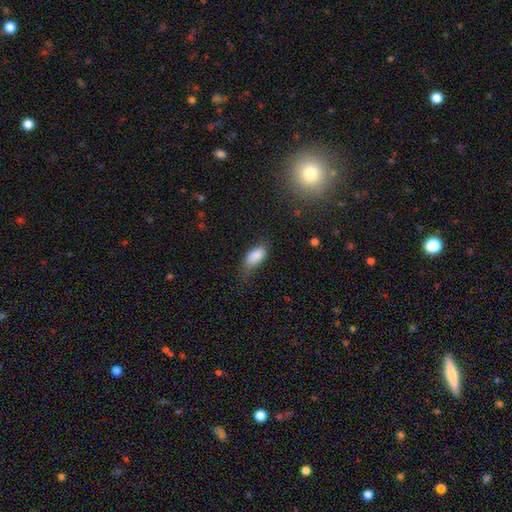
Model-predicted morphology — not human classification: smooth_or_featured: smooth (p=0.86) [alt: star or artifact p=0.07]
how_rounded: in between (p=0.90) [alt: cigar-shaped p=0.07]
merging: none (p=0.56) [alt: minor disturbance p=0.30]